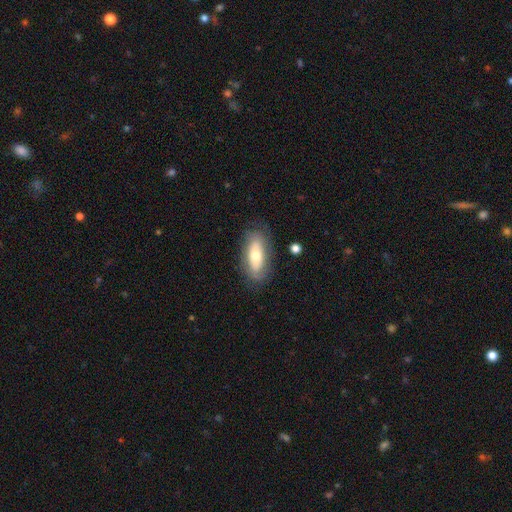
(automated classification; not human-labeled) A smooth galaxy with no disk features (55%) that is in between round and cigar-shaped (79%).

Vote fractions:
- Smooth or featured? smooth: 55% / featured or disk: 38% / star or artifact: 7%
- How rounded? in between: 79% / cigar-shaped: 17% / round: 3%
- Merging? none: 77% / minor disturbance: 16% / major disturbance: 5% / merger: 2%